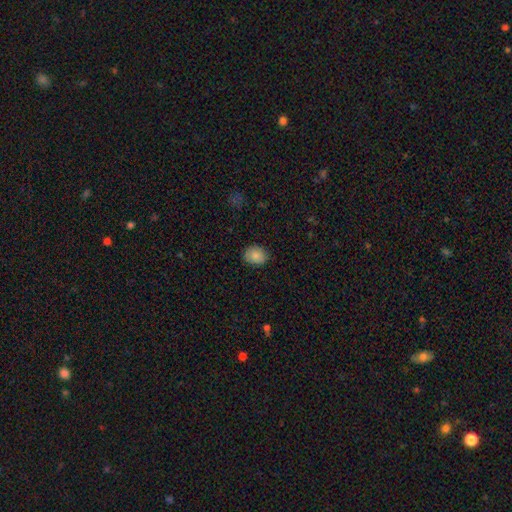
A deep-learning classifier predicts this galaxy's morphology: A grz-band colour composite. It shows a smooth galaxy with no disk features (87%) that is in between round and cigar-shaped (54%). Merging: none (86%).